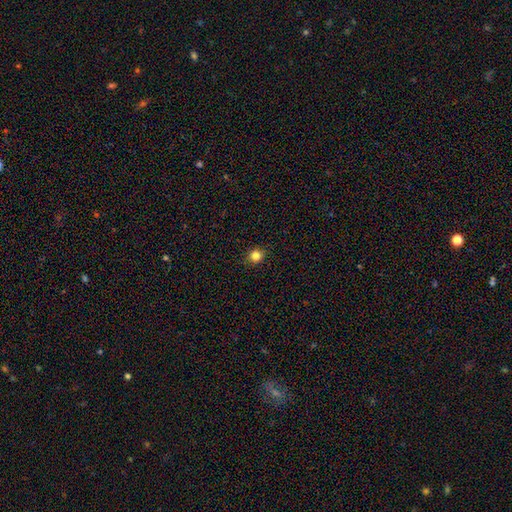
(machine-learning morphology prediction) Smooth or featured? Predicted: smooth (p=0.81). How rounded? Predicted: round (p=0.85). Merging? Predicted: none (p=0.90).